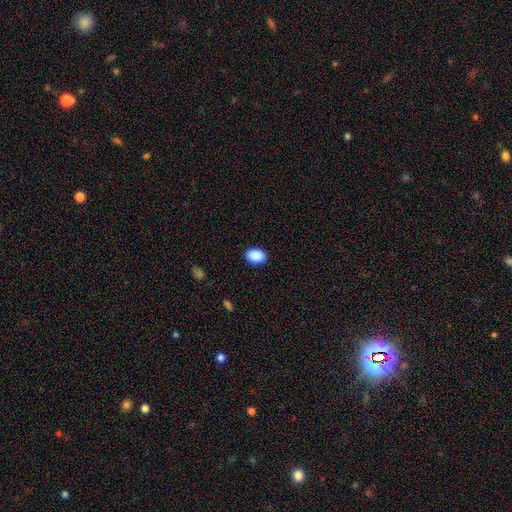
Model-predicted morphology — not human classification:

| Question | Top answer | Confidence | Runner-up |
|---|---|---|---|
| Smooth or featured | smooth | 90% | star or artifact (7%) |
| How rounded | in between | 76% | round (24%) |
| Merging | none | 89% | minor disturbance (8%) |